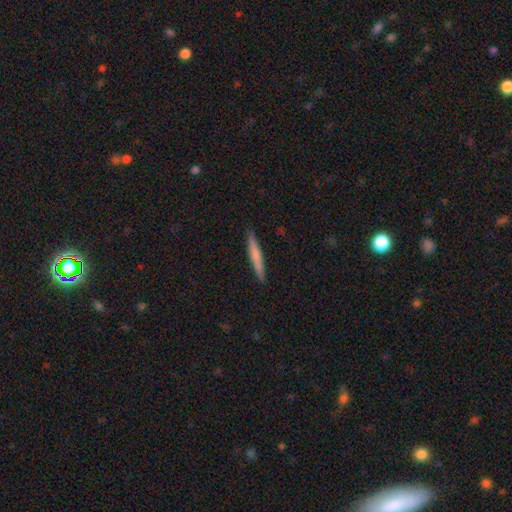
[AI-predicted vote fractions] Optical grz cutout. It shows a smooth galaxy with no disk features (67%) that is cigar-shaped (96%). Merging: none (91%).